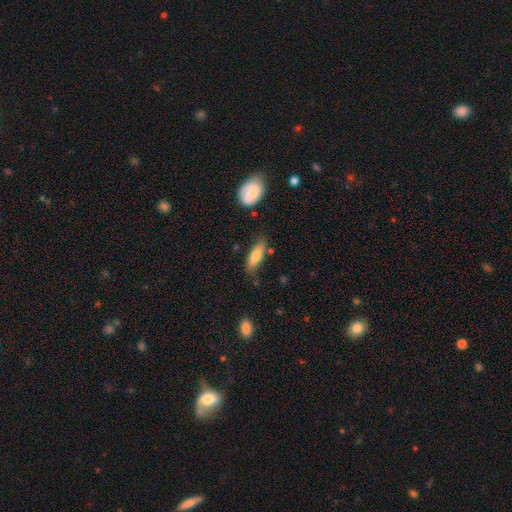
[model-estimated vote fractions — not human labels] Smooth or featured? smooth (74%)
How rounded? in between (57%)
Merging? none (75%)